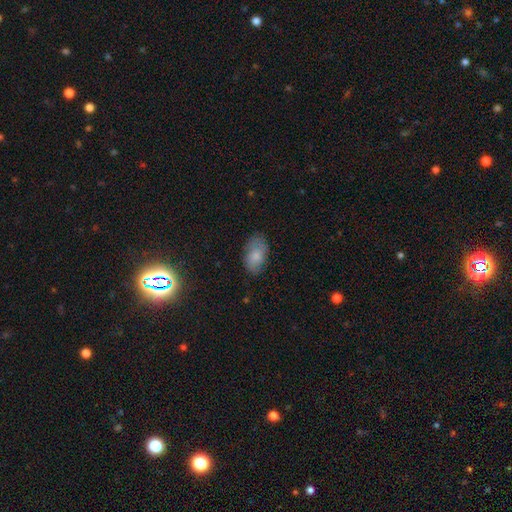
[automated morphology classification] Smooth or featured? Predicted: smooth (p=0.78). How rounded? Predicted: in between (p=0.92). Merging? Predicted: none (p=0.75).